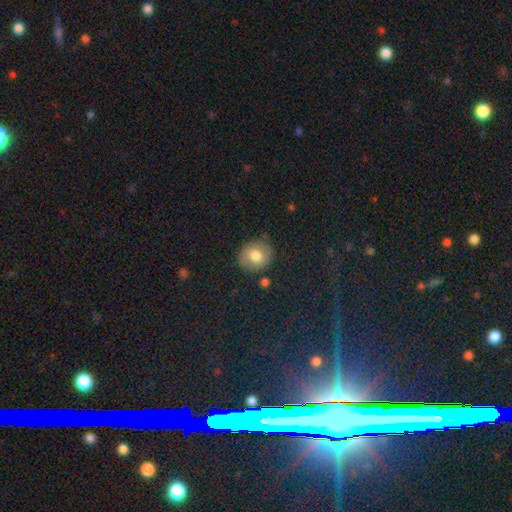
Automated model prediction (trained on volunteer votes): smooth-or-featured: smooth: 71% | featured or disk: 19% | star or artifact: 9%
  how-rounded: round: 71% | in between: 28% | cigar-shaped: 1%
  merging: none: 82% | minor disturbance: 13% | major disturbance: 3% | merger: 2%